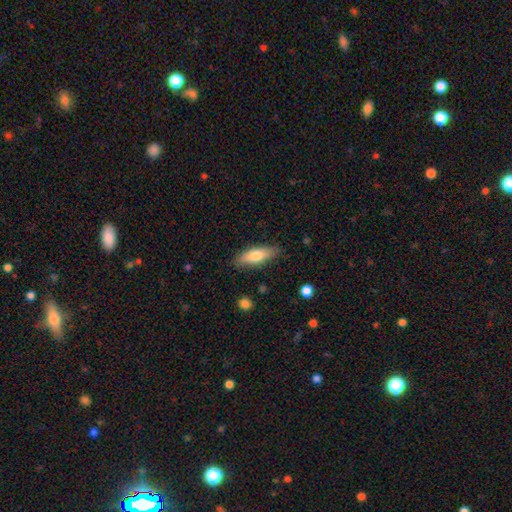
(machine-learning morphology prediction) This is likely a smooth galaxy (72%). How rounded: possibly in between (57%). Merging: clearly none (84%).